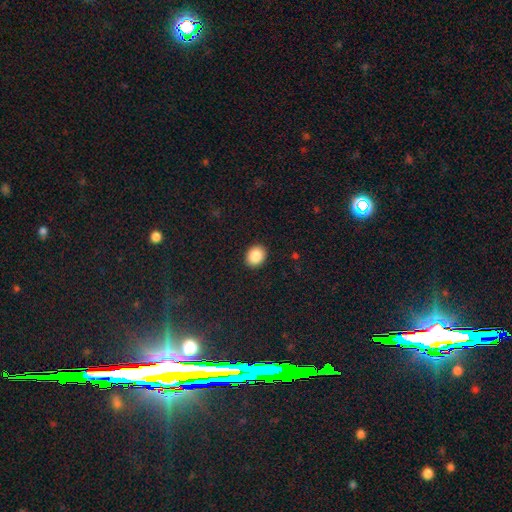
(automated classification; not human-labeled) Smooth or featured: smooth — 87% (star or artifact — 9%)
How rounded: round — 50% (in between — 49%)
Merging: none — 91% (minor disturbance — 6%)